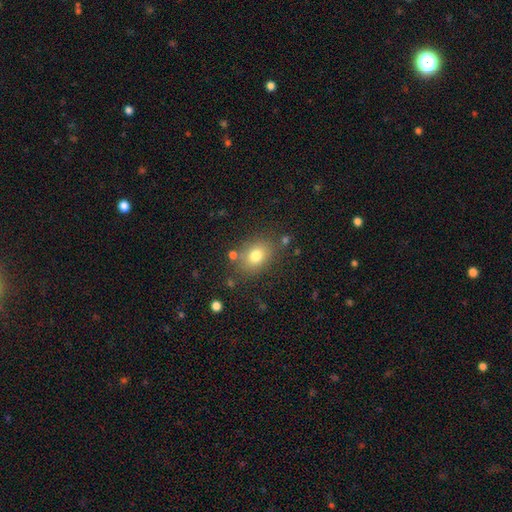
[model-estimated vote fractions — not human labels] This is likely a smooth galaxy (77%). How rounded: possibly in between (59%). Merging: likely none (76%).